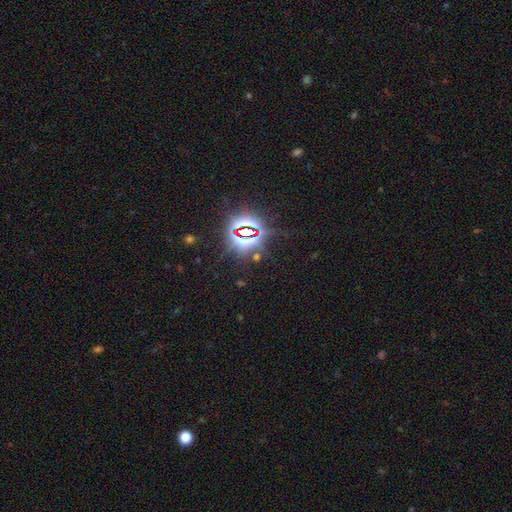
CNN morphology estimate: This appears to be a star or artifact, not a galaxy (83%).